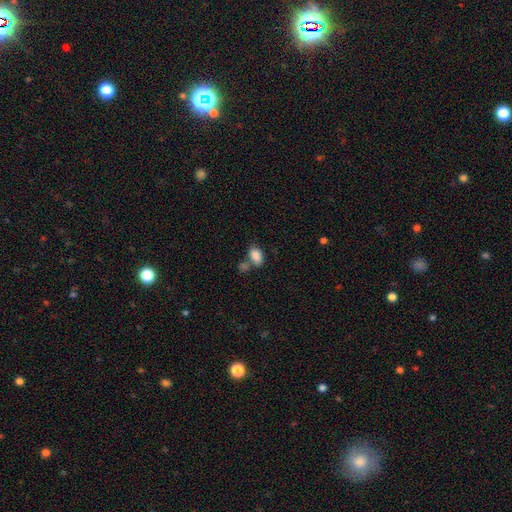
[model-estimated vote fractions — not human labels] This appears to be a smooth galaxy with no disk features (85%) that is in between round and cigar-shaped (88%). Merging: none (46%).